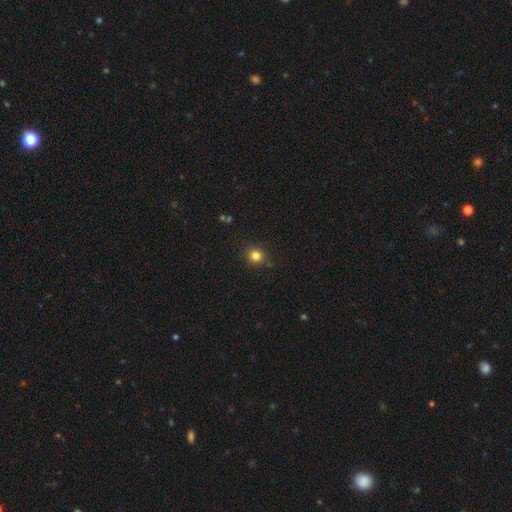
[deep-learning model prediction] smooth_or_featured: smooth (p=0.81) [alt: star or artifact p=0.13]
how_rounded: round (p=0.87) [alt: in between p=0.12]
merging: none (p=0.87) [alt: minor disturbance p=0.09]